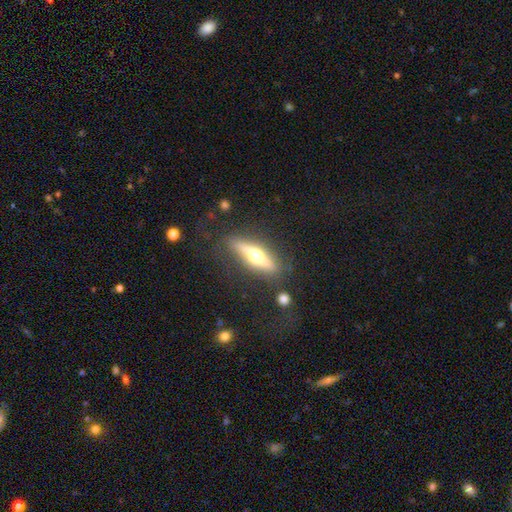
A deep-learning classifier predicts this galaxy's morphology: Smooth or featured? Predicted: featured or disk (p=0.57). Edge-on disk? Predicted: yes (p=0.88). Merging? Predicted: none (p=0.81).